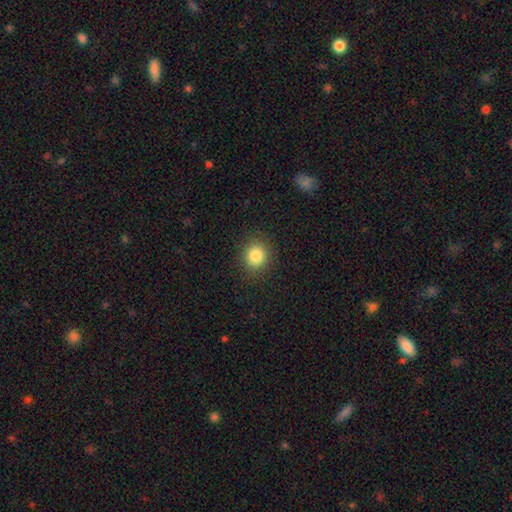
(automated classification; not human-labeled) Morphology: type=smooth (84%); roundness=round (85%); merging=none (89%).